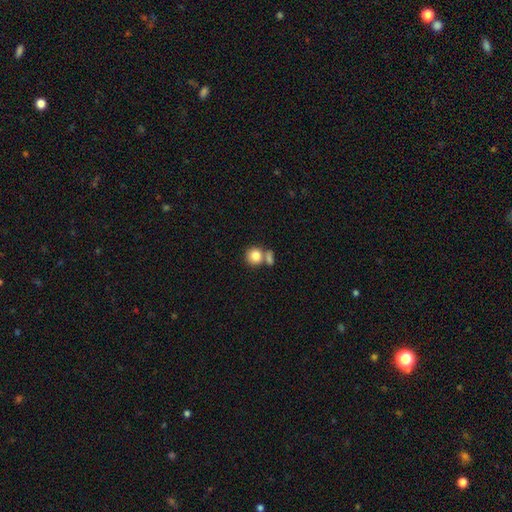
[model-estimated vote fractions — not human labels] This appears to be a smooth galaxy with no disk features (83%) that is round (85%). Merging: none (50%).